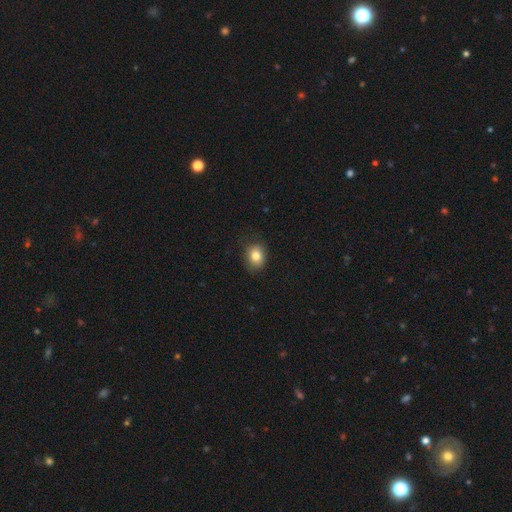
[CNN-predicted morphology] Smooth or featured? Predicted: smooth (p=0.81). How rounded? Predicted: round (p=0.55). Merging? Predicted: none (p=0.82).